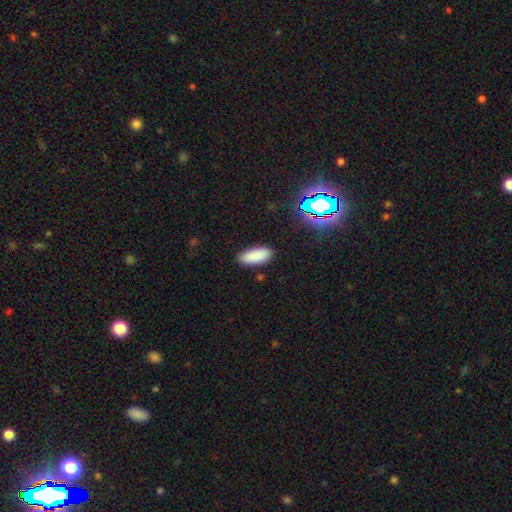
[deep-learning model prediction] Smooth or featured? smooth (88%)
How rounded? in between (82%)
Merging? none (87%)